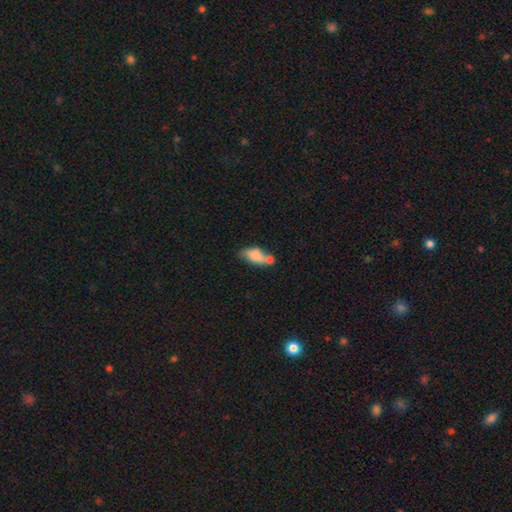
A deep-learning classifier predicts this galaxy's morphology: smooth 74%, featured or disk 17%, star or artifact 9%. Down the decision tree: how rounded — in between (85%); merging — merger (39%).